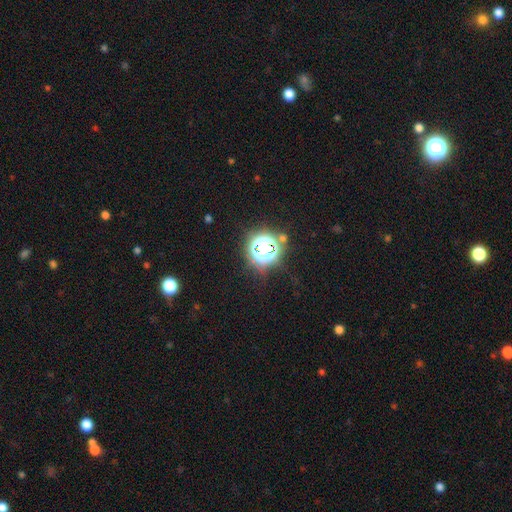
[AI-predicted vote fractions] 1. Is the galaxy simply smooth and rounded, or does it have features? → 68% star or artifact, 22% smooth, 10% featured or disk.